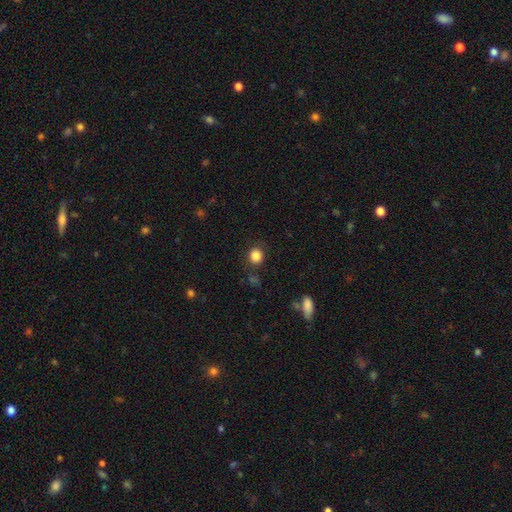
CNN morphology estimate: A smooth galaxy with no disk features (85%) that is round (79%). Merging: none (83%).